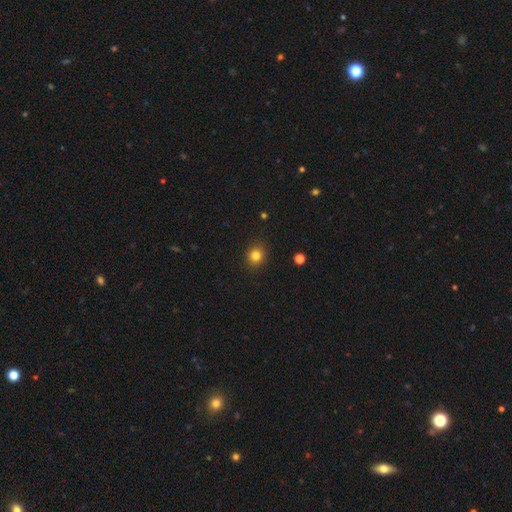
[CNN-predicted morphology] Smooth or featured? Predicted: smooth (p=0.82). How rounded? Predicted: round (p=0.85). Merging? Predicted: none (p=0.90).